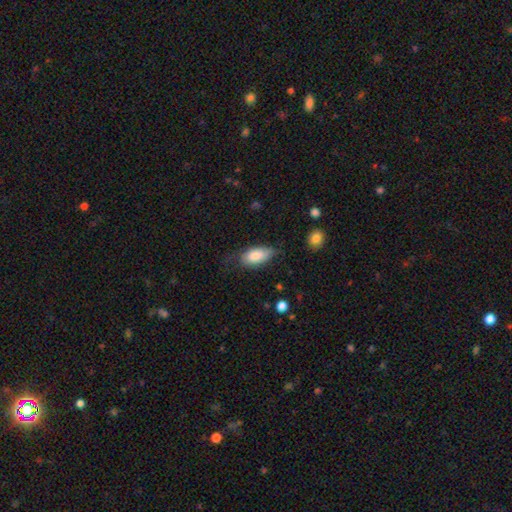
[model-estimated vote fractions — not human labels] This is clearly a smooth galaxy (82%). How rounded: clearly in between (89%). Merging: possibly none (55%).